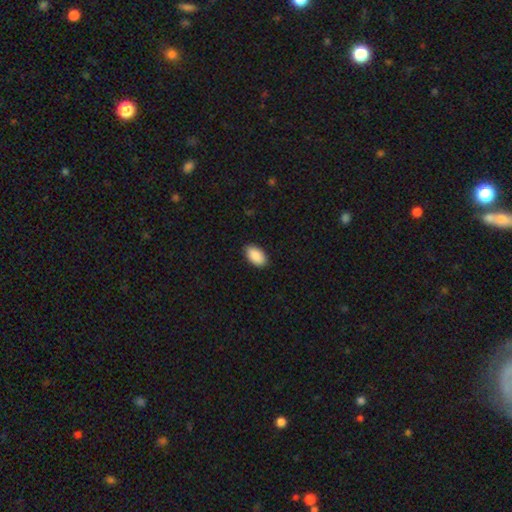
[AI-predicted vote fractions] This appears to be a smooth galaxy with no disk features (90%) that is in between round and cigar-shaped (95%). Merging: none (89%).